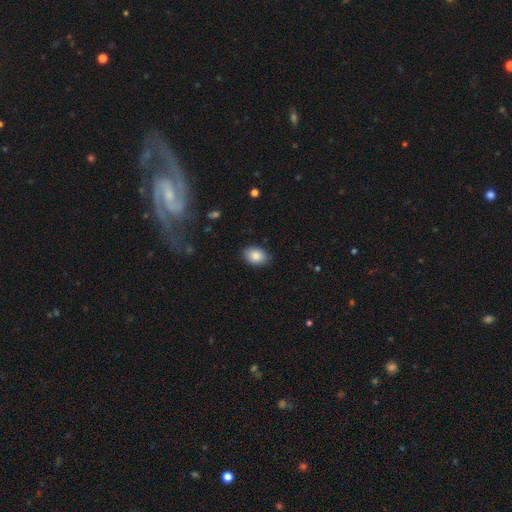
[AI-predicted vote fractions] Smooth or featured? smooth (87%)
How rounded? in between (83%)
Merging? none (86%)